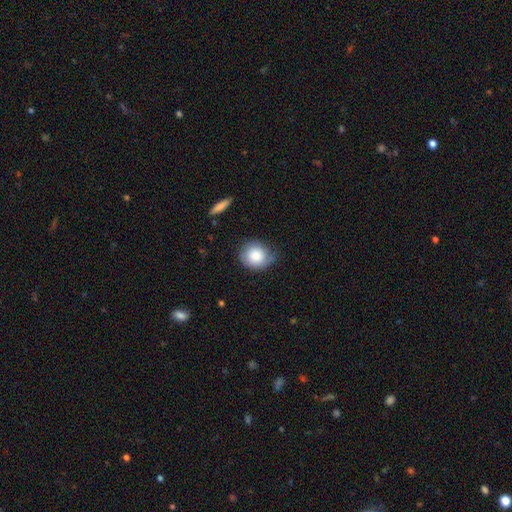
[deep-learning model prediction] smooth_or_featured: smooth (p=0.82) [alt: featured or disk p=0.10]
how_rounded: round (p=0.81) [alt: in between p=0.18]
merging: none (p=0.63) [alt: minor disturbance p=0.28]